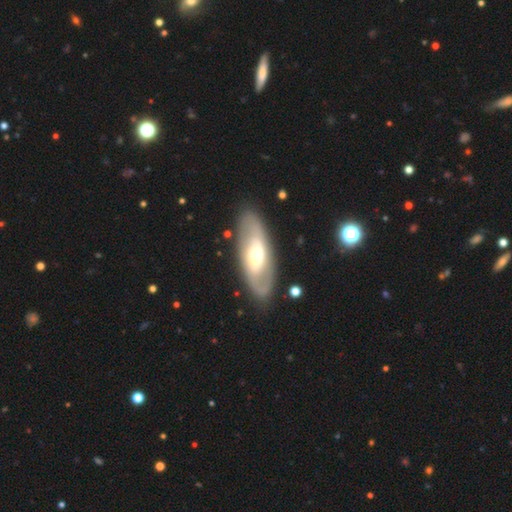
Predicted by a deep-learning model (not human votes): Smooth or featured?
  - featured or disk: 63% *
  - smooth: 32%
  - star or artifact: 5%
Edge-on disk?
  - no: 88% *
  - yes: 12%
Bar?
  - no: 50% *
  - weak: 33%
  - strong: 18%
Spiral arms?
  - yes: 57% *
  - no: 43%
Bulge size?
  - moderate: 54% *
  - small: 30%
  - large: 13%
  - dominant: 2%
  - none: 1%
Merging?
  - none: 83% *
  - minor disturbance: 11%
  - major disturbance: 5%
  - merger: 2%